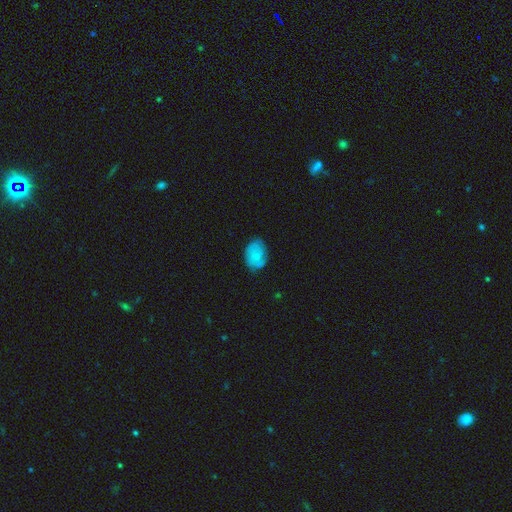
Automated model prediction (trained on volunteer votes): Smooth or featured: smooth — 54% (featured or disk — 38%)
How rounded: in between — 72% (round — 27%)
Merging: none — 68% (minor disturbance — 24%)